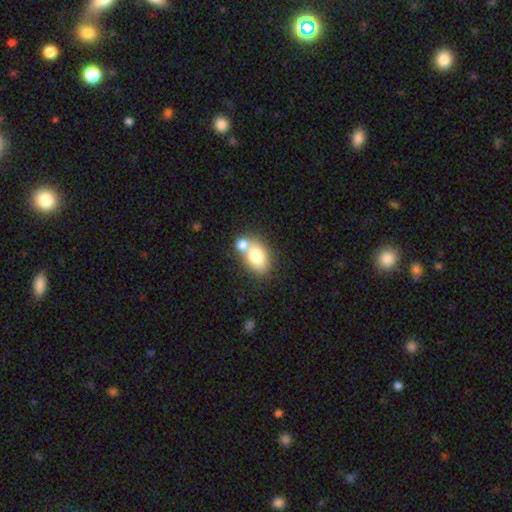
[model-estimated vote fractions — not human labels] smooth_or_featured: smooth (p=0.76) [alt: featured or disk p=0.16]
how_rounded: in between (p=0.78) [alt: round p=0.20]
merging: merger (p=0.42) [tied with: none p=0.42]